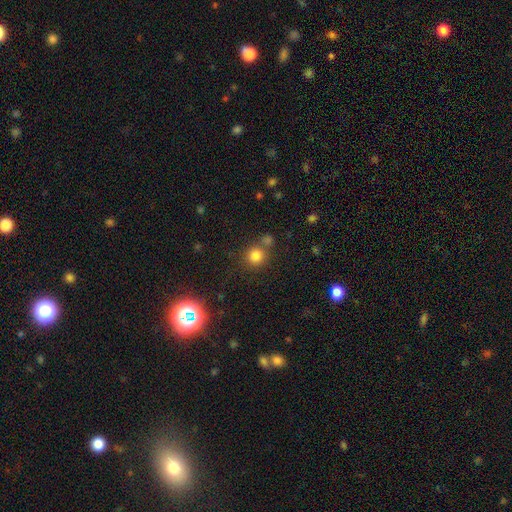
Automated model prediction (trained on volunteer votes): Smooth or featured: smooth — 81% (star or artifact — 14%)
How rounded: round — 91% (in between — 8%)
Merging: none — 71% (merger — 17%)